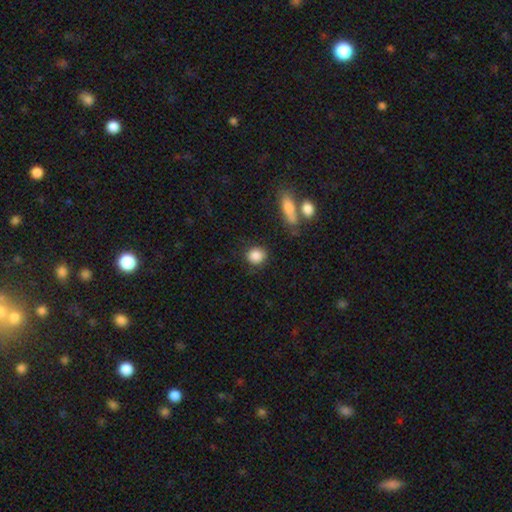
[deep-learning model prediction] A smooth galaxy with no disk features (87%) that is round (78%). Merging: none (82%).